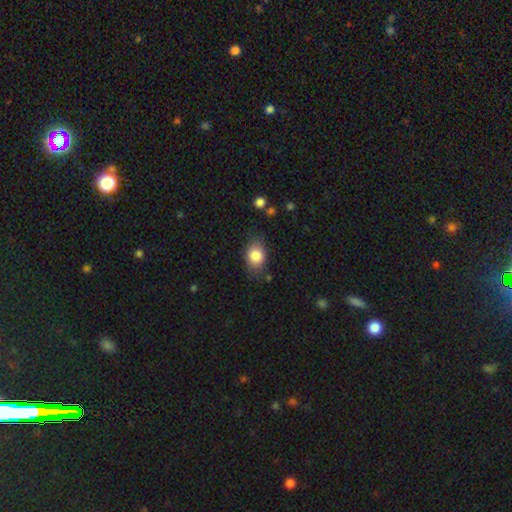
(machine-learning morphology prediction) Smooth or featured: smooth — 83% (featured or disk — 9%)
How rounded: in between — 71% (round — 28%)
Merging: none — 76% (minor disturbance — 17%)